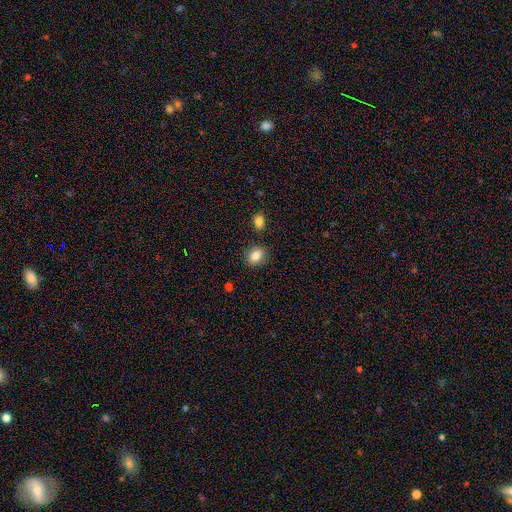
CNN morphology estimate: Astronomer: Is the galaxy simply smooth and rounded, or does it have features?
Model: smooth — 85%.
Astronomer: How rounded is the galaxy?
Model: in between — 58% (runner-up: round, 41%).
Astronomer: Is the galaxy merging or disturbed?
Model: none — 83%.